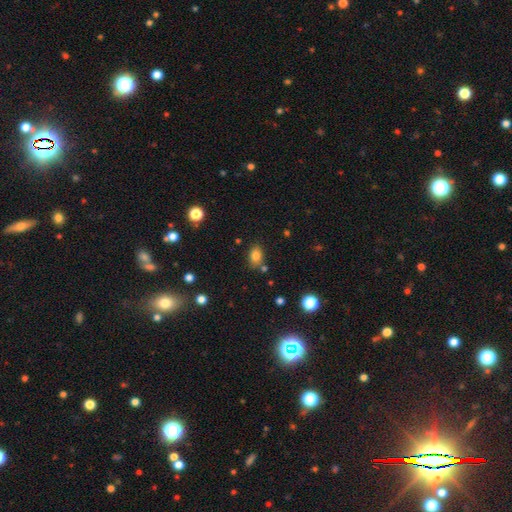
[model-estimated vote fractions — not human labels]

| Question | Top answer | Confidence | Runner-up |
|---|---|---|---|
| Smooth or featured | smooth | 81% | star or artifact (11%) |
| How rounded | in between | 79% | round (19%) |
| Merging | none | 76% | minor disturbance (13%) |